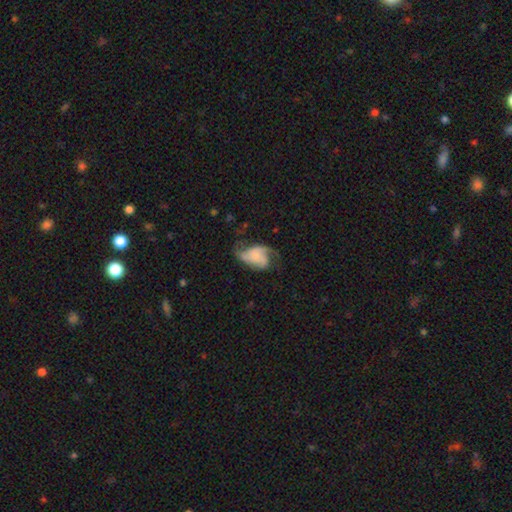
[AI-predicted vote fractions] A featured or disk galaxy (64%) with no bar (68%), 2 (67%) loose (57%) spiral arms (87%) and no central bulge (46%). Merging: none (42%).